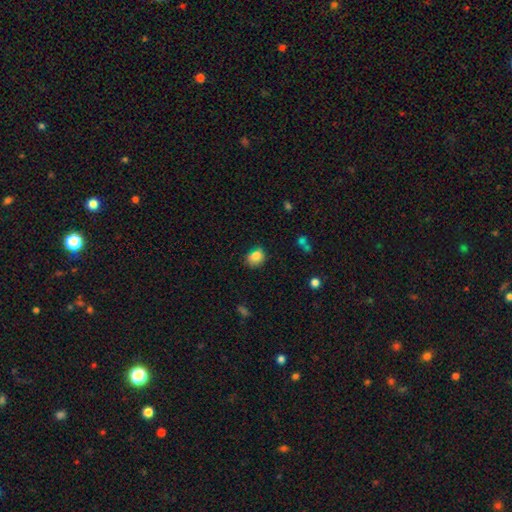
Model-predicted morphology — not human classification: smooth-or-featured: smooth: 82% | star or artifact: 10% | featured or disk: 8%
  how-rounded: round: 57% | in between: 42% | cigar-shaped: 1%
  merging: none: 64% | minor disturbance: 26% | major disturbance: 6% | merger: 4%